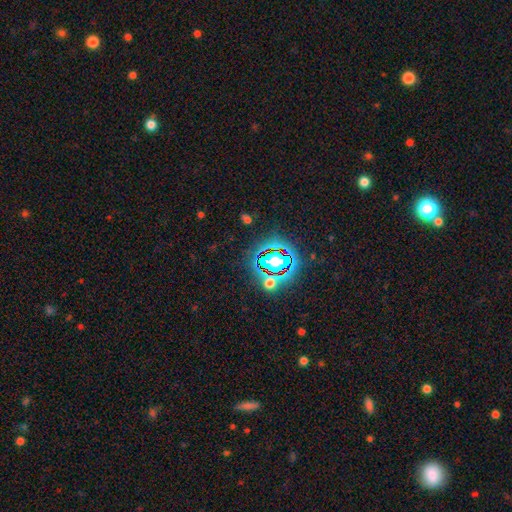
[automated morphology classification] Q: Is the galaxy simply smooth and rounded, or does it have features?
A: star or artifact — 84%.